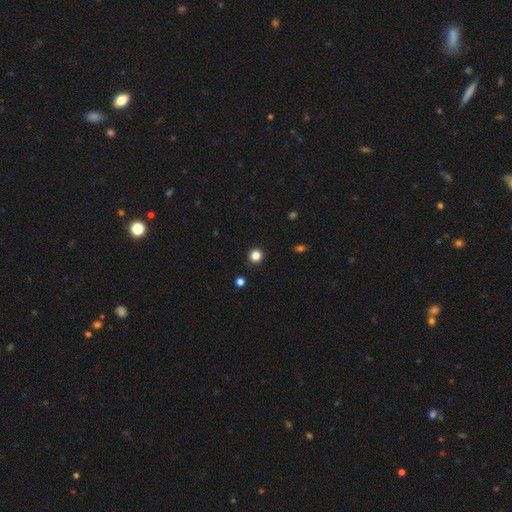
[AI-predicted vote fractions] Smooth or featured? smooth (84%)
How rounded? round (94%)
Merging? none (92%)